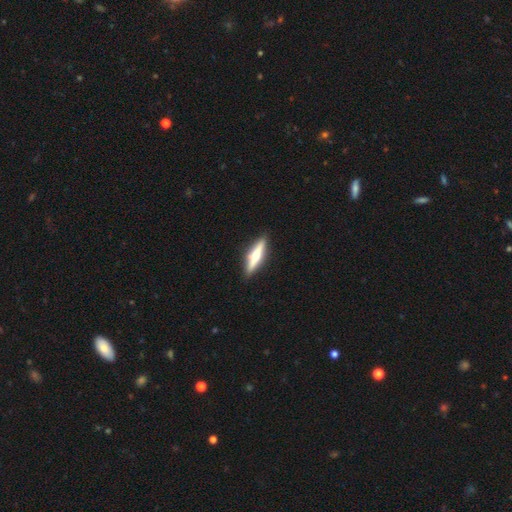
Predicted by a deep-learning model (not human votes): smooth-or-featured: featured or disk: 56% | smooth: 39% | star or artifact: 5%
  disk-edge-on: yes: 95% | no: 5%
    edge-on-bulge: rounded: 87% | none: 6% | boxy: 6%
  merging: none: 90% | minor disturbance: 7% | major disturbance: 2% | merger: 1%